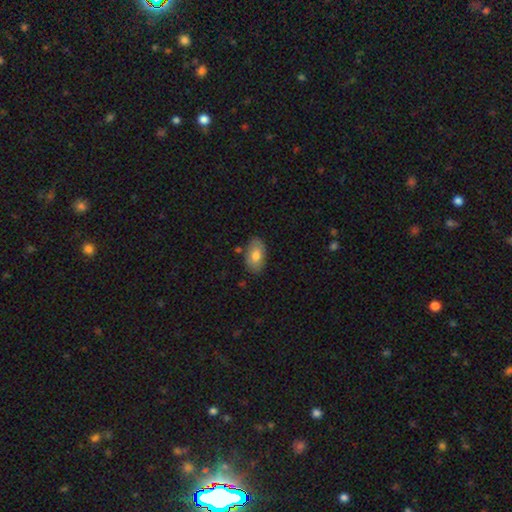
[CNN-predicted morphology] A smooth galaxy with no disk features (76%) that is in between round and cigar-shaped (93%).

Vote fractions:
- Smooth or featured? smooth: 76% / featured or disk: 18% / star or artifact: 6%
- How rounded? in between: 93% / round: 6% / cigar-shaped: 2%
- Merging? none: 81% / minor disturbance: 14% / merger: 3% / major disturbance: 3%